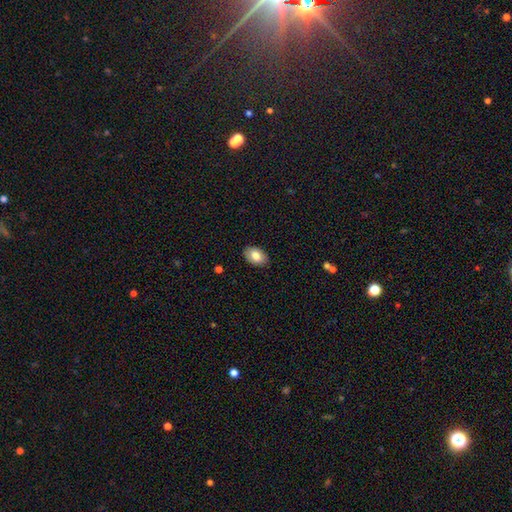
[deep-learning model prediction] smooth-or-featured: smooth: 80% | featured or disk: 13% | star or artifact: 7%
  how-rounded: in between: 87% | round: 12% | cigar-shaped: 1%
  merging: none: 88% | minor disturbance: 9% | major disturbance: 2% | merger: 1%